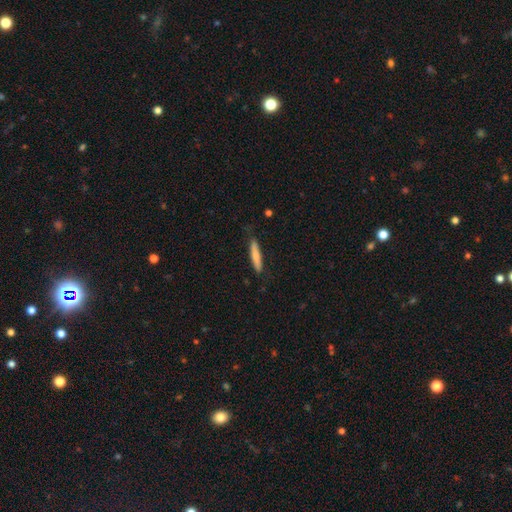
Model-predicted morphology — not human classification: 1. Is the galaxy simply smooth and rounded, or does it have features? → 73% smooth, 22% featured or disk, 5% star or artifact.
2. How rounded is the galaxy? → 91% cigar-shaped, 8% in between, 1% round.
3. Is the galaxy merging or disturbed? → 83% none, 13% minor disturbance, 2% major disturbance, 1% merger.